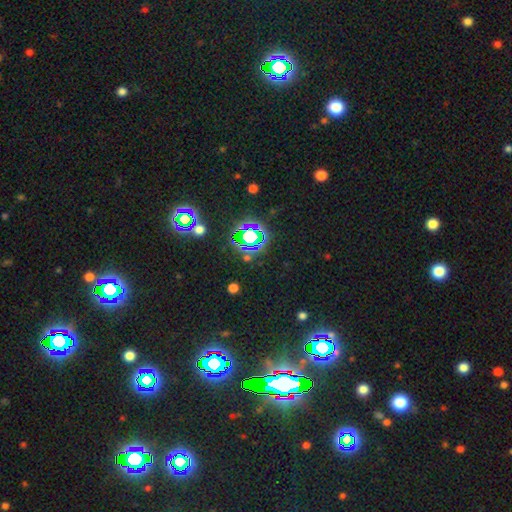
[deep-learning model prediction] smooth-or-featured: star or artifact: 79% | smooth: 14% | featured or disk: 7%